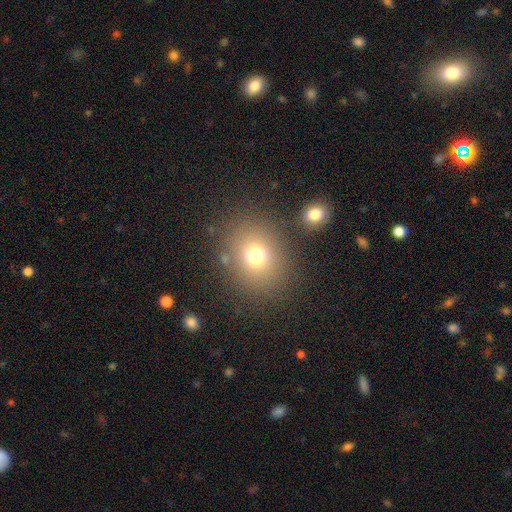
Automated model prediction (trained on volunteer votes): Smooth or featured? smooth (73%)
How rounded? round (66%)
Merging? none (79%)